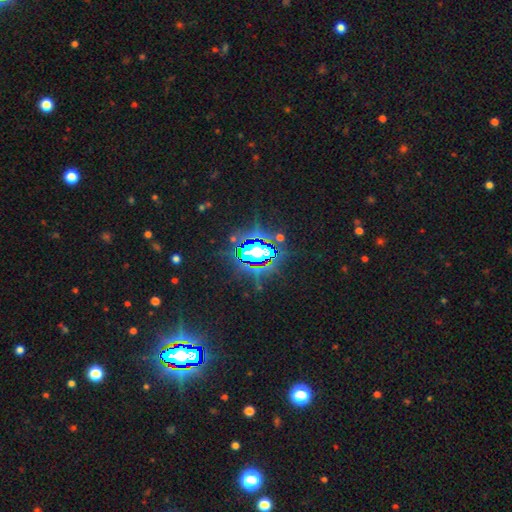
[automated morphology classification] Smooth or featured? star or artifact (73%)